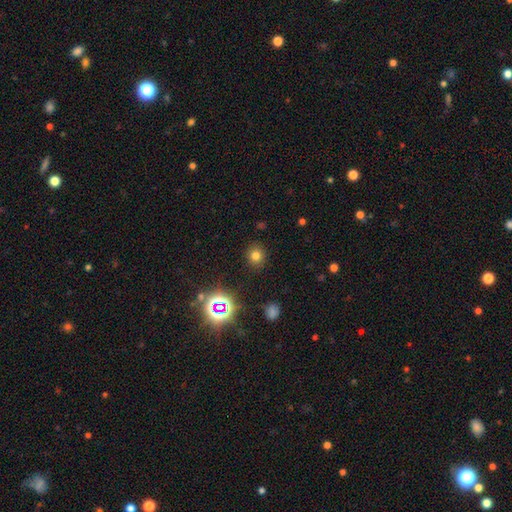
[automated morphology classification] This appears to be a smooth galaxy with no disk features (71%) that is round (83%). Merging: none (88%).